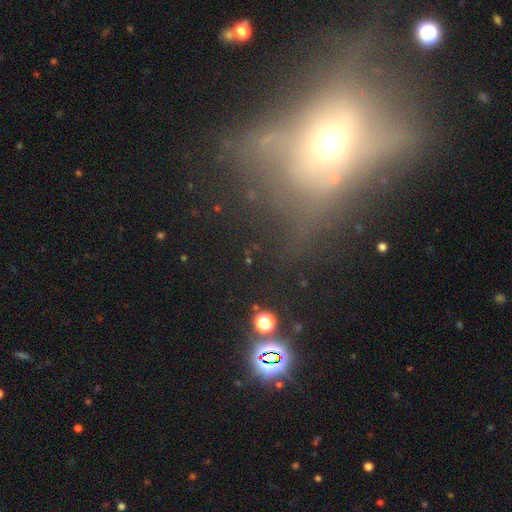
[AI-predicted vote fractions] Smooth or featured?
  - star or artifact: 37% *
  - featured or disk: 34%
  - smooth: 29%